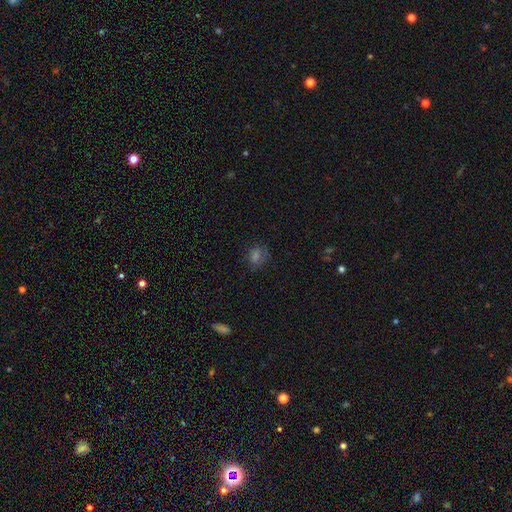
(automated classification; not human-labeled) A smooth galaxy with no disk features (59%) that is round (62%). Merging: none (78%).